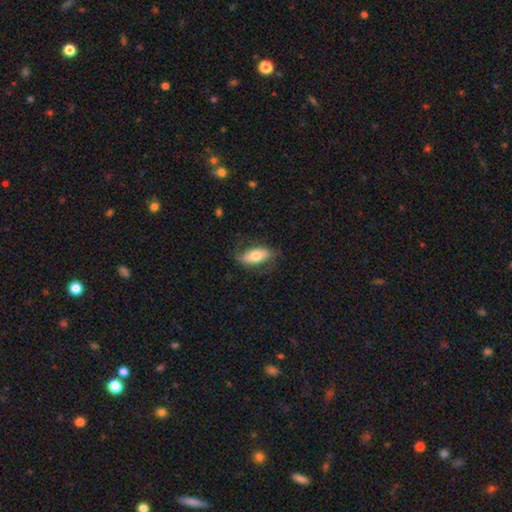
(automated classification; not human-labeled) This appears to be a smooth galaxy with no disk features (58%) that is in between round and cigar-shaped (85%). Merging: none (67%).